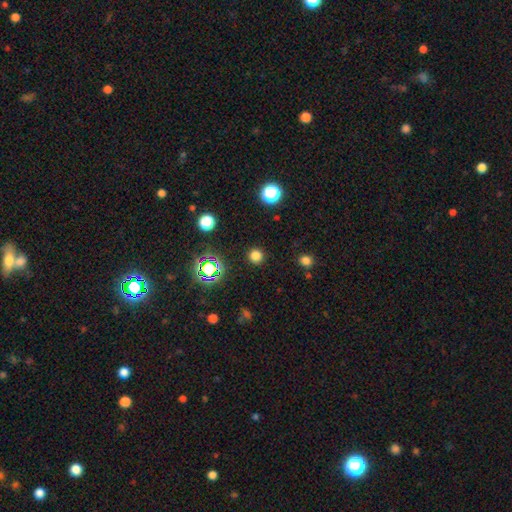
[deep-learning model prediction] Overall: smooth (76%). How rounded: round (95%). Merging: none (91%).